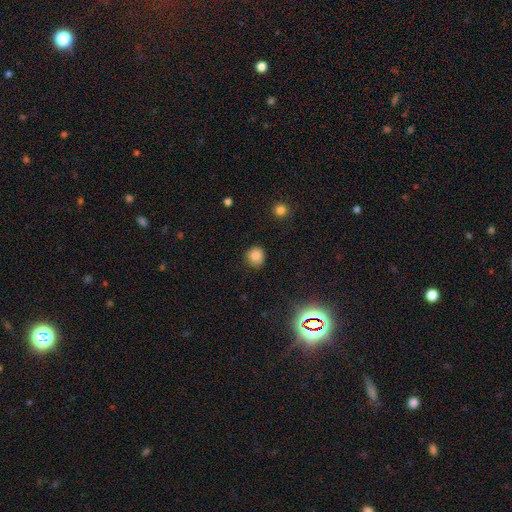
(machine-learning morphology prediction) Q: Smooth or featured?
A: smooth (83%); runner-up: star or artifact (12%)
Q: How rounded?
A: round (85%); runner-up: in between (14%)
Q: Merging?
A: none (82%); runner-up: minor disturbance (14%)